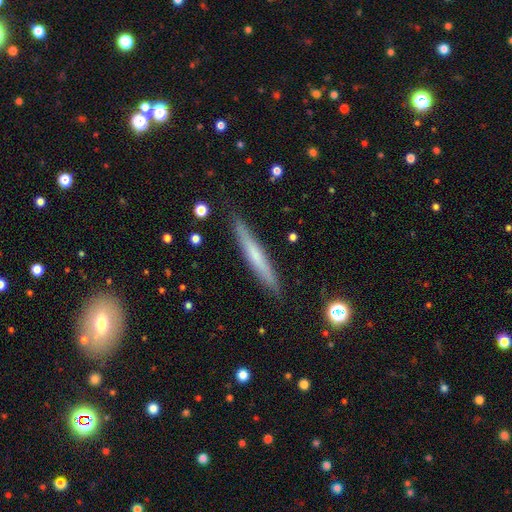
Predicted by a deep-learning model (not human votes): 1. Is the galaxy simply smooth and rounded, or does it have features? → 53% smooth, 40% featured or disk, 6% star or artifact.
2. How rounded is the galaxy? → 96% cigar-shaped, 3% in between, 1% round.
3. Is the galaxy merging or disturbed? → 89% none, 9% minor disturbance, 2% major disturbance, 1% merger.